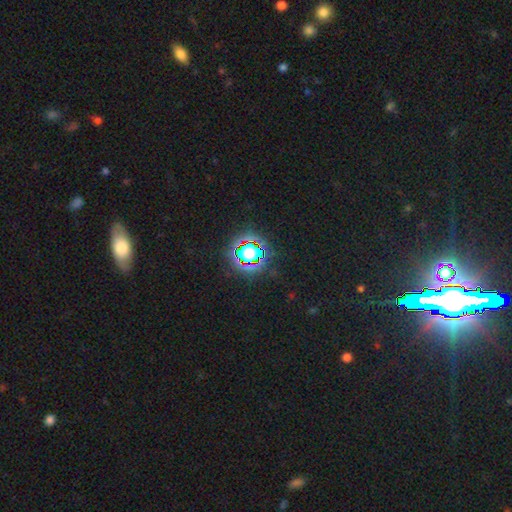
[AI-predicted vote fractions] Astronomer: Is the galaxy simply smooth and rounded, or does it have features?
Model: star or artifact — 78%.